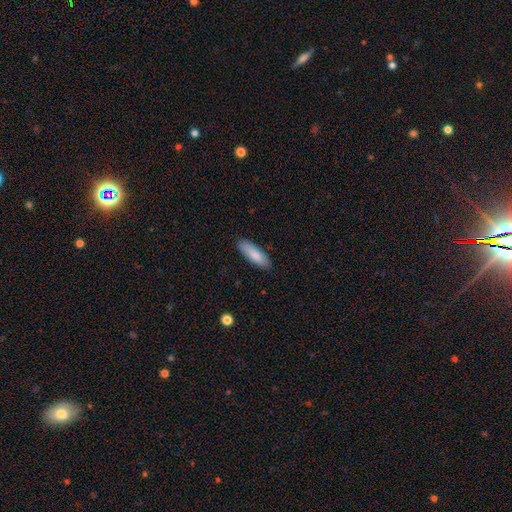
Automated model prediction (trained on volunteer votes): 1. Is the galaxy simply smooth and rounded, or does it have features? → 86% smooth, 9% featured or disk, 5% star or artifact.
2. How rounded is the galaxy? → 51% in between, 47% cigar-shaped, 1% round.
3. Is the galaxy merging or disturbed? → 87% none, 10% minor disturbance, 2% major disturbance, 1% merger.